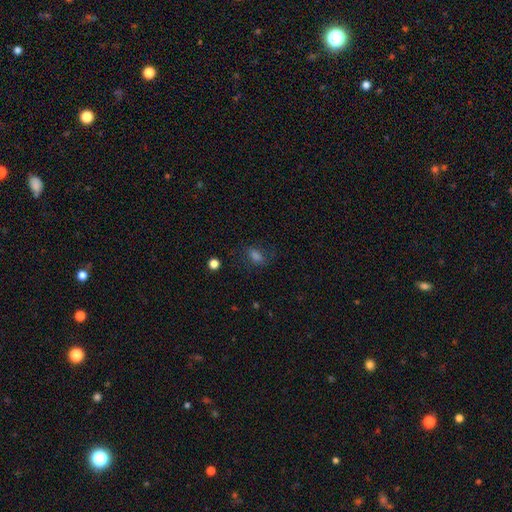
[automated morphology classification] smooth_or_featured: smooth (p=0.64) [alt: star or artifact p=0.23]
how_rounded: in between (p=0.75) [alt: round p=0.21]
merging: none (p=0.71) [alt: minor disturbance p=0.18]